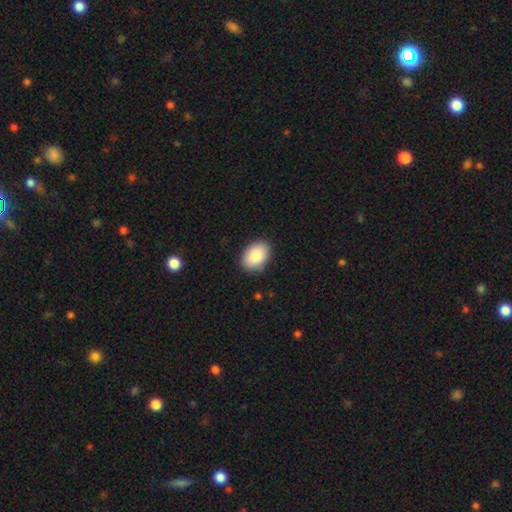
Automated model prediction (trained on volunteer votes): smooth_or_featured: smooth (p=0.88) [alt: star or artifact p=0.06]
how_rounded: in between (p=0.84) [alt: round p=0.15]
merging: none (p=0.88) [alt: minor disturbance p=0.09]